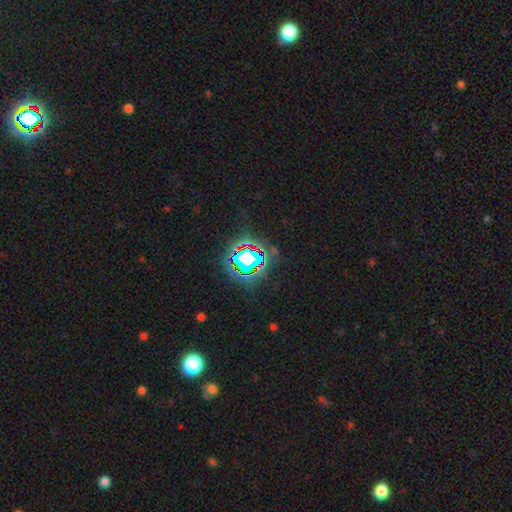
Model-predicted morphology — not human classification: A star or artifact, not a galaxy (79%).